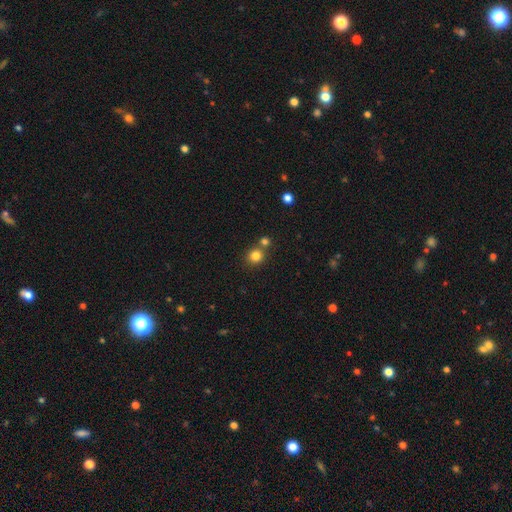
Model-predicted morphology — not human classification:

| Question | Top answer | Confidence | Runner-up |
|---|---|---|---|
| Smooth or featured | smooth | 82% | star or artifact (13%) |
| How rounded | round | 88% | in between (11%) |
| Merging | none | 67% | merger (23%) |